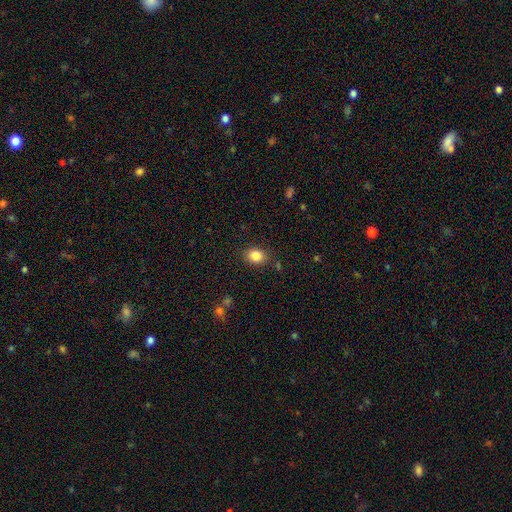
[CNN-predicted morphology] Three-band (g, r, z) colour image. It shows a smooth galaxy with no disk features (85%) that is in between round and cigar-shaped (51%). Merging: none (85%).